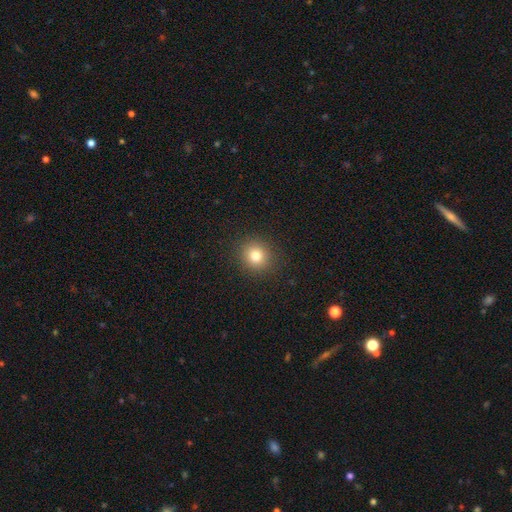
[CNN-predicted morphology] Smooth or featured: smooth — 80% (star or artifact — 13%)
How rounded: round — 89% (in between — 10%)
Merging: none — 90% (minor disturbance — 6%)